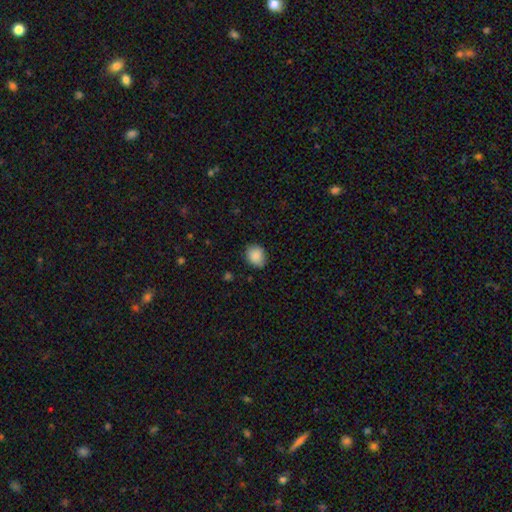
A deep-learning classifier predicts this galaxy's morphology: This is clearly a smooth galaxy (87%). How rounded: possibly round (58%). Merging: likely none (80%).